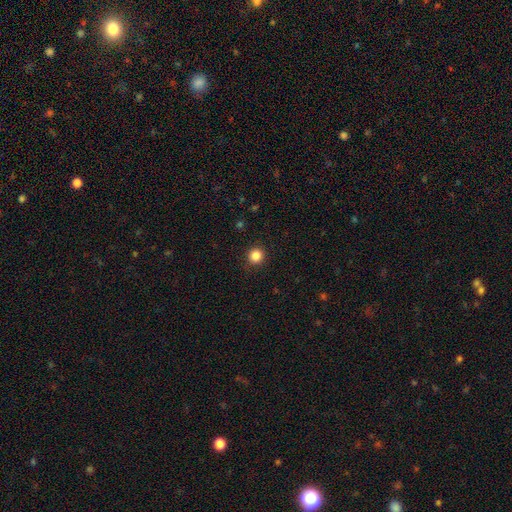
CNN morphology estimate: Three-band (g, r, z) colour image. It shows a smooth galaxy with no disk features (86%) that is round (92%). Merging: none (91%).